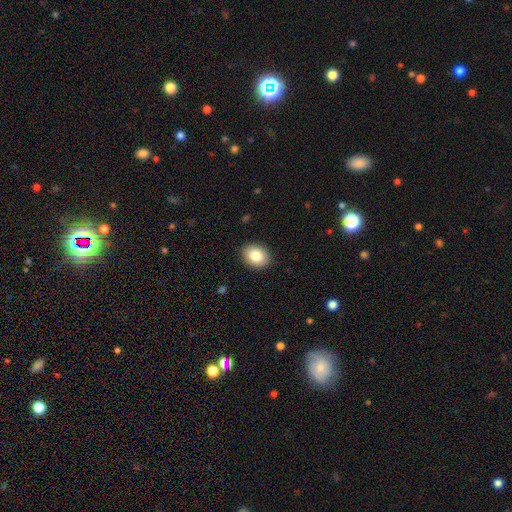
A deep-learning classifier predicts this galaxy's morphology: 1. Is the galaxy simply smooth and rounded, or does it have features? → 84% smooth, 8% featured or disk, 8% star or artifact.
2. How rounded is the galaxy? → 66% in between, 33% round, 1% cigar-shaped.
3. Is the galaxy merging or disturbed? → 89% none, 8% minor disturbance, 2% major disturbance, 1% merger.